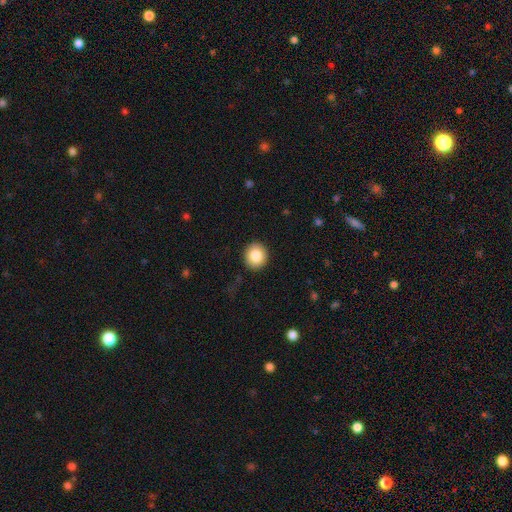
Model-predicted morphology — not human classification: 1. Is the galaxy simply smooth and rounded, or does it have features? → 85% smooth, 8% star or artifact, 7% featured or disk.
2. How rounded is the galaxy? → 87% round, 12% in between, 1% cigar-shaped.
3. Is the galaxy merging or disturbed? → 91% none, 6% minor disturbance, 2% major disturbance, 1% merger.